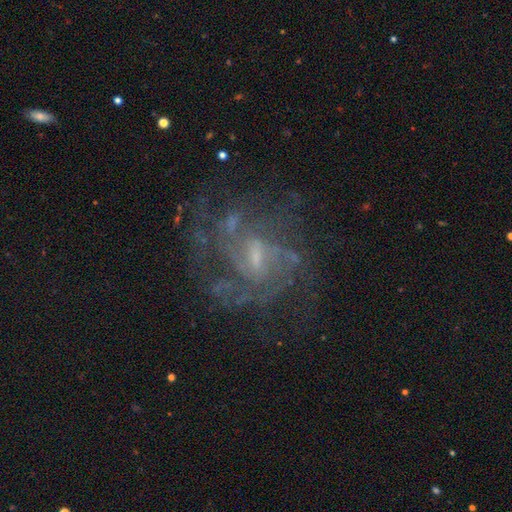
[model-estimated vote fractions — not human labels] This appears to be a featured or disk galaxy (81%) with a weak bar (57%), medium (43%) spiral arms (88%) and a small central bulge (57%). Merging: none (63%).